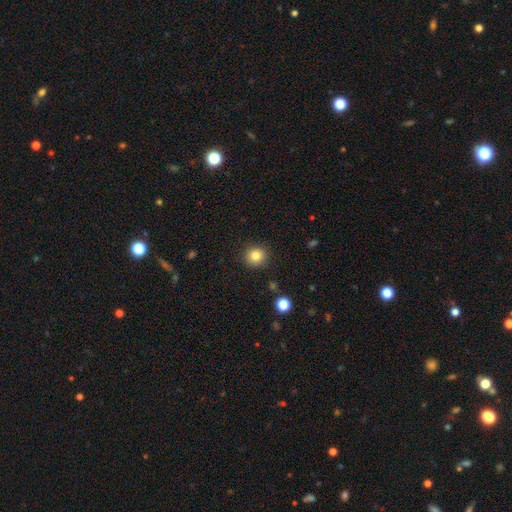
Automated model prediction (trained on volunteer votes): smooth-or-featured: smooth: 82% | star or artifact: 11% | featured or disk: 7%
  how-rounded: round: 91% | in between: 8% | cigar-shaped: 1%
  merging: none: 90% | minor disturbance: 6% | major disturbance: 2% | merger: 1%